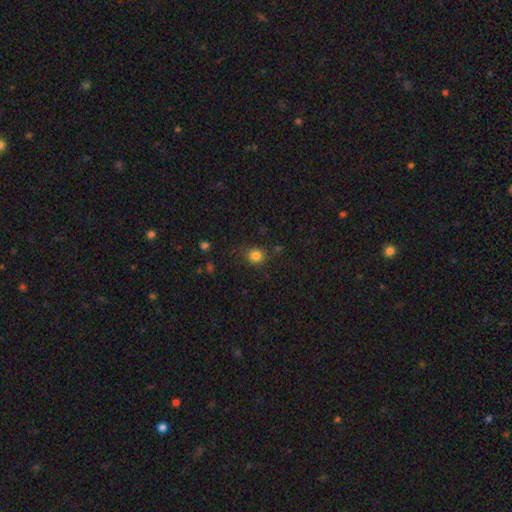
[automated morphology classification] A smooth galaxy with no disk features (82%) that is round (83%). Merging: none (81%).